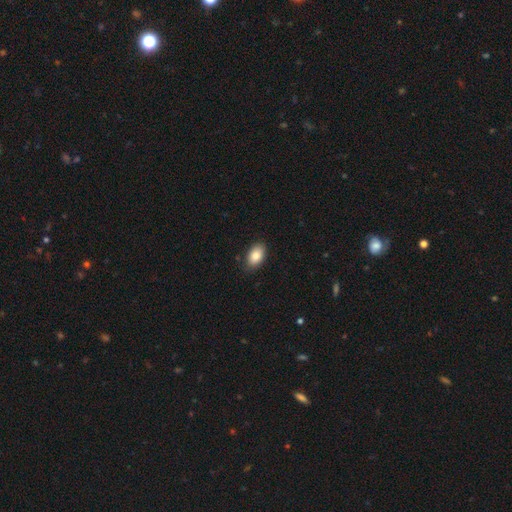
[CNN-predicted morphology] Smooth or featured? Predicted: smooth (p=0.86). How rounded? Predicted: in between (p=0.92). Merging? Predicted: none (p=0.83).